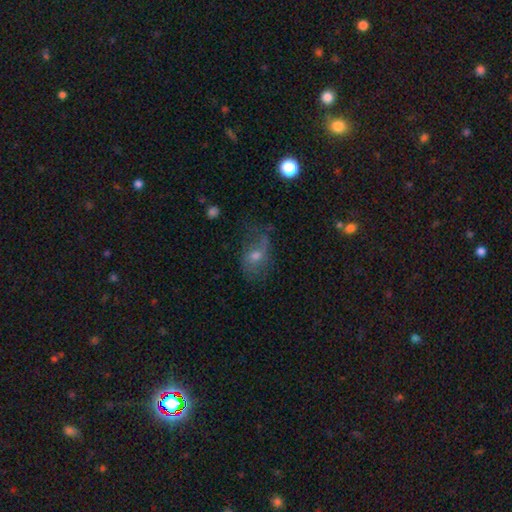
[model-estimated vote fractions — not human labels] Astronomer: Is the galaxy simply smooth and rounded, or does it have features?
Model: smooth — 43% (runner-up: featured or disk, 42%).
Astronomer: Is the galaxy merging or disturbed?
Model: none — 44% (runner-up: minor disturbance, 27%).